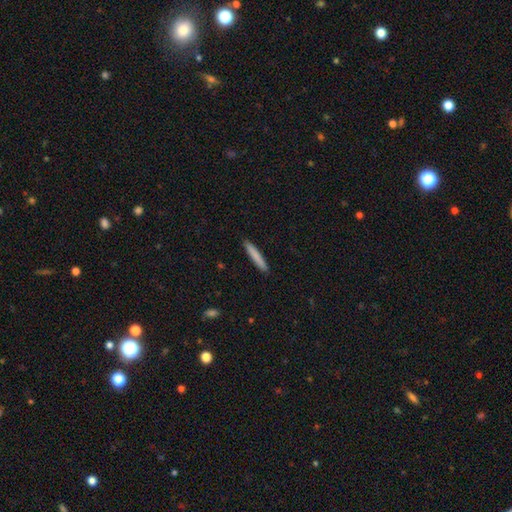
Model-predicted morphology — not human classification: A smooth galaxy with no disk features (80%) that is cigar-shaped (95%). Merging: none (92%).